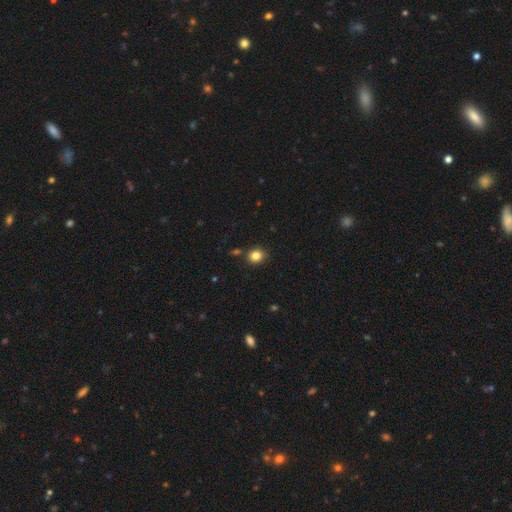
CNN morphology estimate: smooth-or-featured: smooth: 83% | star or artifact: 12% | featured or disk: 5%
  how-rounded: round: 76% | in between: 23% | cigar-shaped: 1%
  merging: none: 83% | minor disturbance: 9% | merger: 5% | major disturbance: 2%